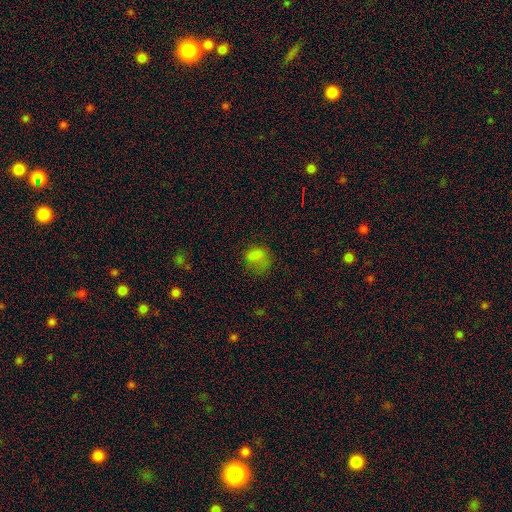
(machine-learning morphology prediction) This appears to be a smooth galaxy with no disk features (72%) that is in between round and cigar-shaped (60%). Merging: none (45%).